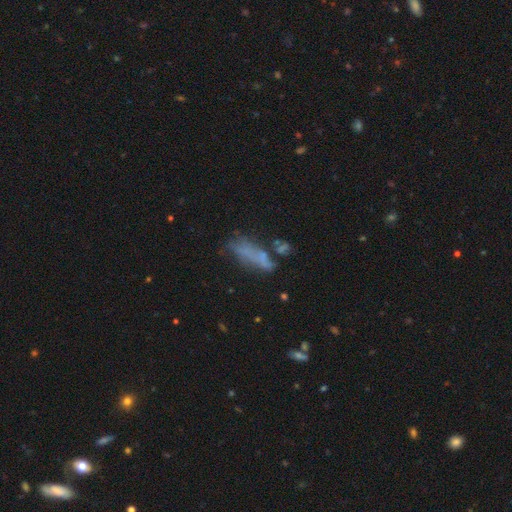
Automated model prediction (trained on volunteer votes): This is possibly a smooth galaxy (53%). How rounded: possibly cigar-shaped (54%). Merging: marginally none (42%).